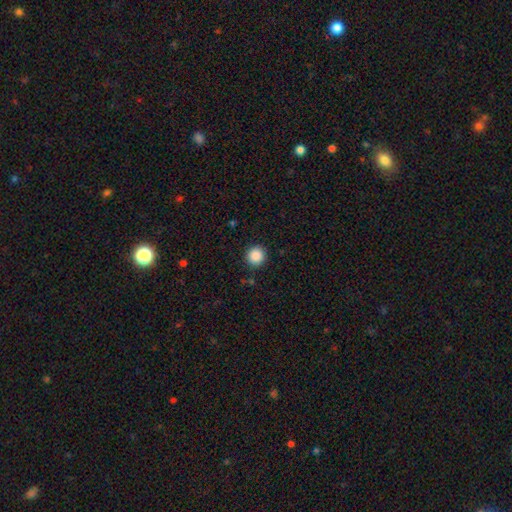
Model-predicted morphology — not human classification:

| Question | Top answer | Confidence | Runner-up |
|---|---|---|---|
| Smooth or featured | smooth | 88% | star or artifact (10%) |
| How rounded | round | 94% | in between (5%) |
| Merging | none | 90% | minor disturbance (6%) |